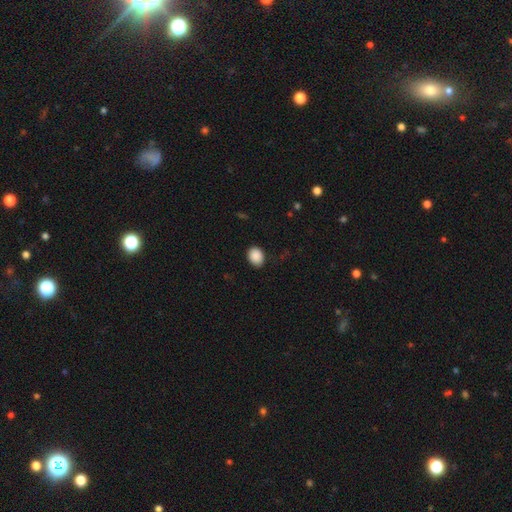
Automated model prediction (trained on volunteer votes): Smooth or featured: smooth — 90% (star or artifact — 8%)
How rounded: in between — 60% (round — 39%)
Merging: none — 85% (minor disturbance — 11%)